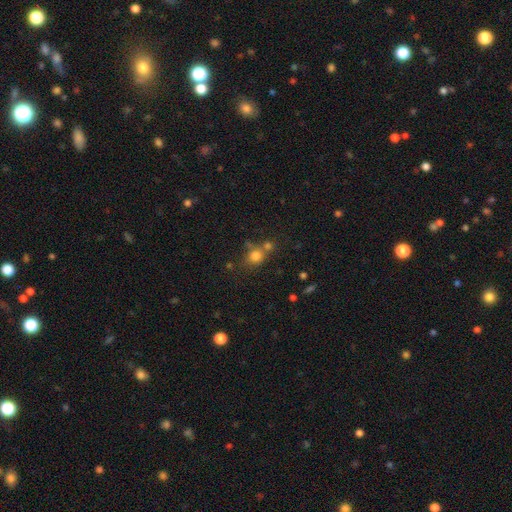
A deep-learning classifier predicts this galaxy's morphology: A smooth galaxy with no disk features (78%) that is round (75%).

Vote fractions:
- Smooth or featured? smooth: 78% / star or artifact: 14% / featured or disk: 8%
- How rounded? round: 75% / in between: 24% / cigar-shaped: 1%
- Merging? none: 55% / merger: 26% / minor disturbance: 13% / major disturbance: 6%